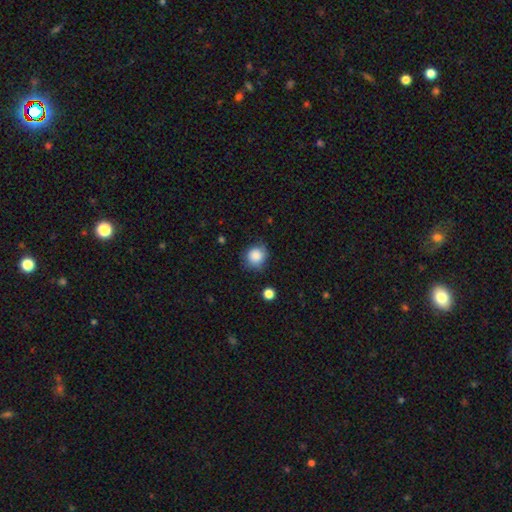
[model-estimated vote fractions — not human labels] A smooth galaxy with no disk features (86%) that is round (84%). Merging: none (73%).